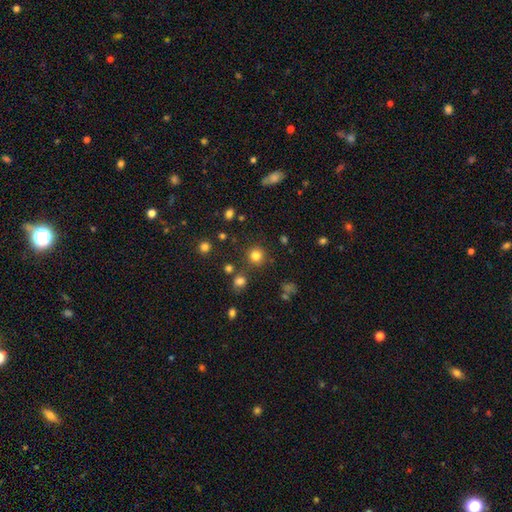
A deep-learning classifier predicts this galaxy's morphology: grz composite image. It shows a smooth galaxy with no disk features (79%) that is round (93%). Merging: none (85%).